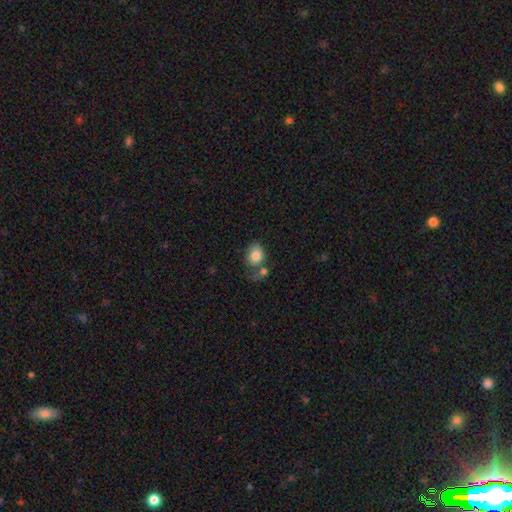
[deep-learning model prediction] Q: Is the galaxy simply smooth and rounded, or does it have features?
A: smooth — 81%.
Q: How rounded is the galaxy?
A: in between — 53%.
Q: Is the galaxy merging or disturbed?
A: none — 39%.